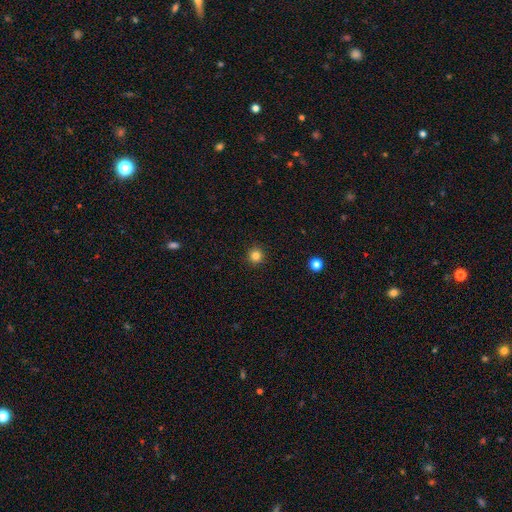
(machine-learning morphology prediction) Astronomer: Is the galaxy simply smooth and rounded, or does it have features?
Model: smooth — 83%.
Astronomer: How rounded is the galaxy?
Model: round — 95%.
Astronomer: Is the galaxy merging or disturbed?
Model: none — 93%.